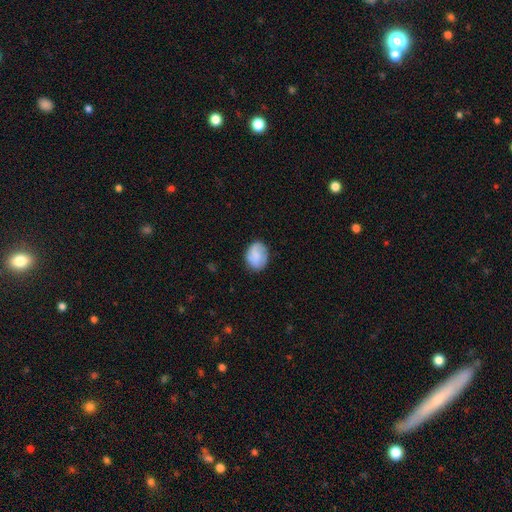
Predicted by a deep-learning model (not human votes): Morphology: type=smooth (70%); roundness=in between (59%); merging=none (78%).